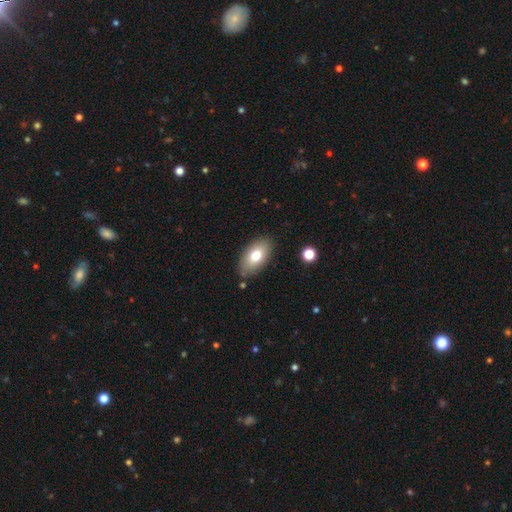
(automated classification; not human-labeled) Smooth or featured? smooth (76%)
How rounded? in between (93%)
Merging? none (83%)